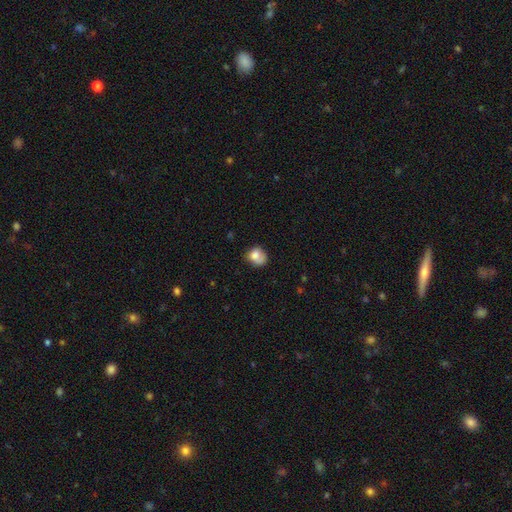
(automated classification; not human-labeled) This appears to be a smooth galaxy with no disk features (73%) that is round (60%). Merging: none (44%).